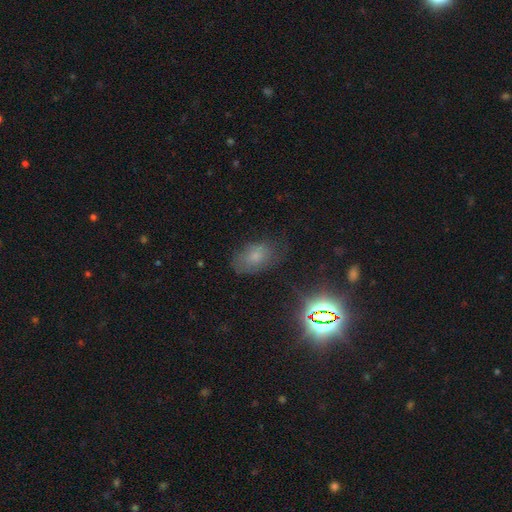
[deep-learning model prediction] This appears to be a smooth galaxy with no disk features (60%) that is in between round and cigar-shaped (88%). Merging: none (67%).